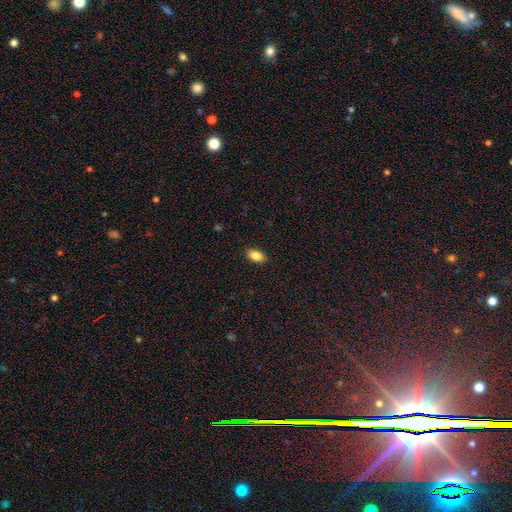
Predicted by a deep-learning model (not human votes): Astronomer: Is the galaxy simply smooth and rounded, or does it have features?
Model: smooth — 86%.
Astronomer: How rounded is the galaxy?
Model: in between — 91%.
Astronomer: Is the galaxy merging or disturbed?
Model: none — 89%.